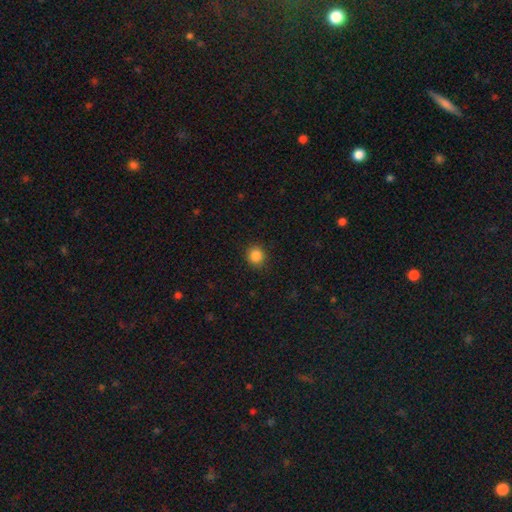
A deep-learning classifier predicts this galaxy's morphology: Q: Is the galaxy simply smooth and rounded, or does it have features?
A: smooth — 86%.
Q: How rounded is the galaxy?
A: round — 88%.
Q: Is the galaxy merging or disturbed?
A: none — 90%.